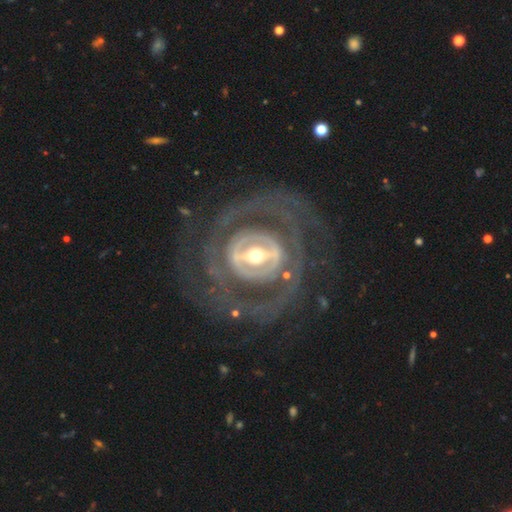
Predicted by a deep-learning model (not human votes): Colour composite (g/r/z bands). It shows a featured or disk galaxy (88%) with a strong bar (57%), 2 (38%) tight (63%) spiral arms (78%) and a moderate central bulge (57%). Merging: none (72%).